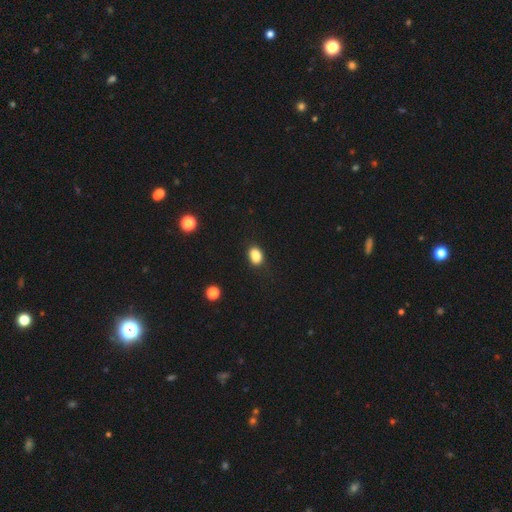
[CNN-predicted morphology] Smooth or featured? smooth (85%)
How rounded? in between (78%)
Merging? none (75%)